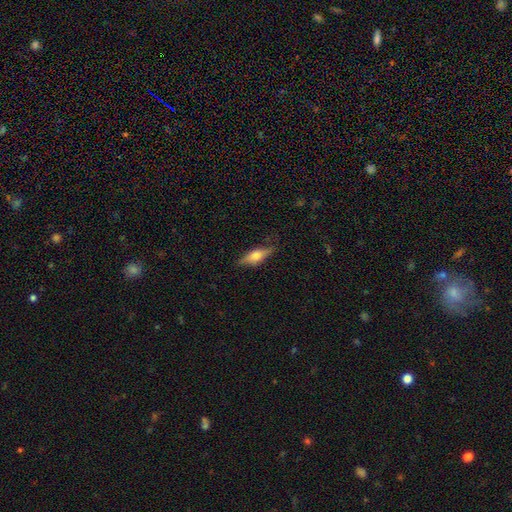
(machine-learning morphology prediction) smooth_or_featured: smooth (p=0.51) [alt: featured or disk p=0.42]
how_rounded: in between (p=0.53) [alt: cigar-shaped p=0.44]
merging: none (p=0.78) [alt: minor disturbance p=0.17]